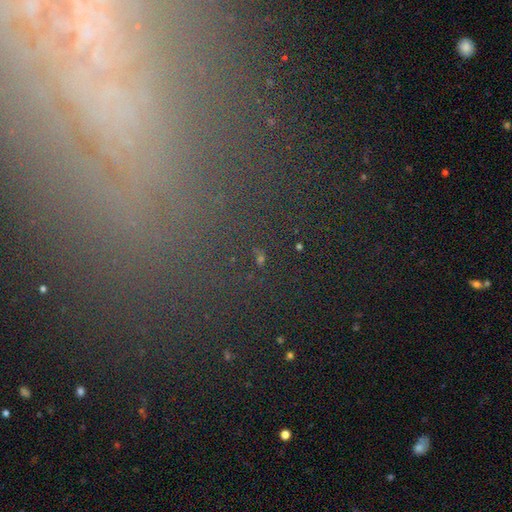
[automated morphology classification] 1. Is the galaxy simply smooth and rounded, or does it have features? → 48% star or artifact, 31% featured or disk, 21% smooth.